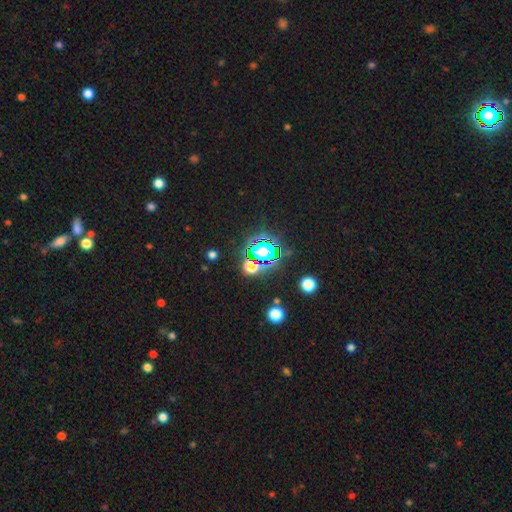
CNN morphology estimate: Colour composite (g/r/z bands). It shows a star or artifact, not a galaxy (78%).